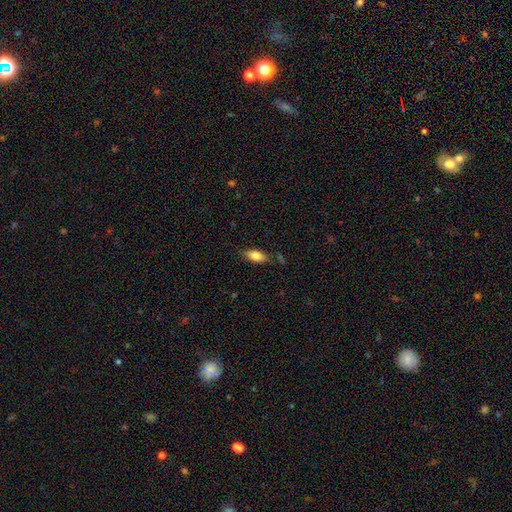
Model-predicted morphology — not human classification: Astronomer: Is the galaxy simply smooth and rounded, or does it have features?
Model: smooth — 77%.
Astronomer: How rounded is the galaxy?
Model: in between — 81%.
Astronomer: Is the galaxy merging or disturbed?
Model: none — 77%.